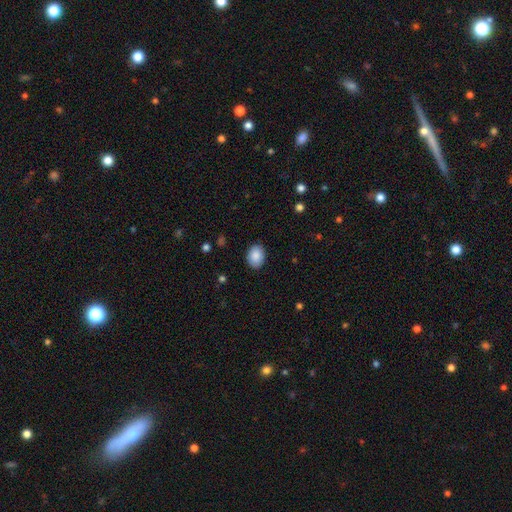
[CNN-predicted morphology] The model was most divided on "how rounded": in between: 66%, round: 33%, cigar-shaped: 1%. More confident: smooth or featured — smooth (88%); merging — none (86%).